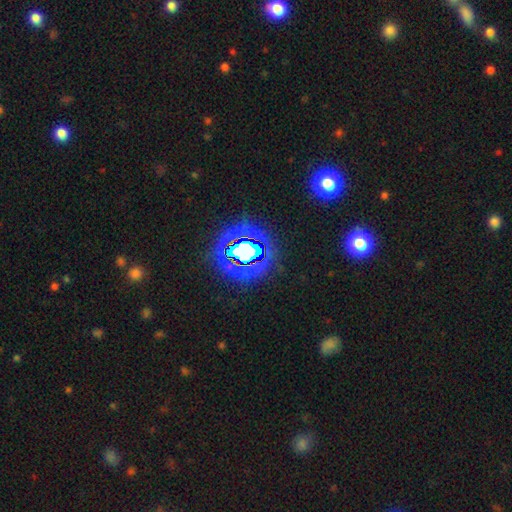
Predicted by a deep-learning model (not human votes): Q: Smooth or featured?
A: star or artifact (76%); runner-up: smooth (15%)